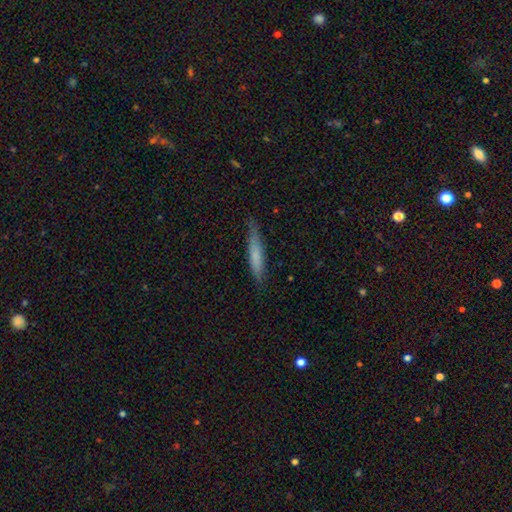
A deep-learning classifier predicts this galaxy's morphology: Smooth or featured: smooth — 67% (featured or disk — 27%)
How rounded: cigar-shaped — 92% (in between — 7%)
Merging: none — 79% (minor disturbance — 17%)